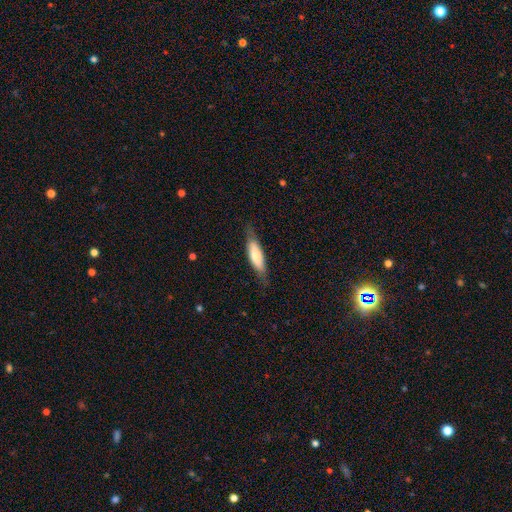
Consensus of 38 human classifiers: This appears to be a smooth galaxy with no disk features (74%) that is cigar-shaped (57%). Merging: none (54%).